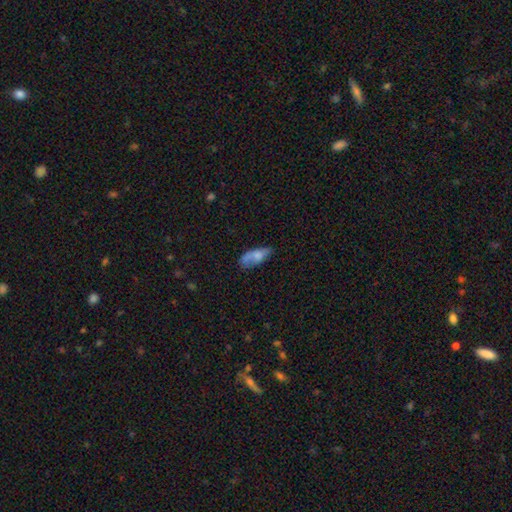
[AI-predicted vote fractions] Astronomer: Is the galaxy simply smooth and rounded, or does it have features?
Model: smooth — 70%.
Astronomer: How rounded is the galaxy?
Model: in between — 78%.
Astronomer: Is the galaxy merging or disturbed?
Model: none — 47% (runner-up: minor disturbance, 32%).